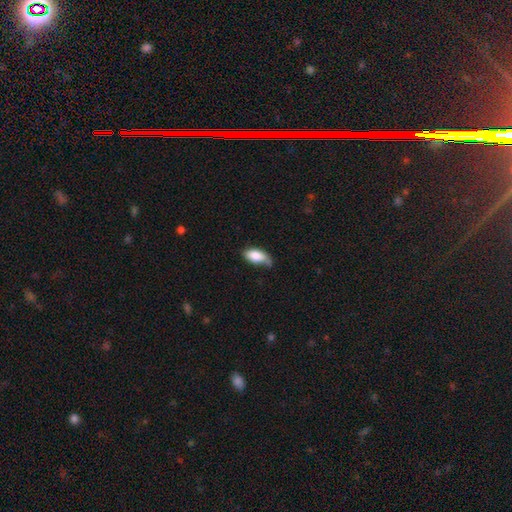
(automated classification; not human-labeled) A smooth galaxy with no disk features (84%) that is in between round and cigar-shaped (92%).

Vote fractions:
- Smooth or featured? smooth: 84% / featured or disk: 10% / star or artifact: 6%
- How rounded? in between: 92% / cigar-shaped: 6% / round: 3%
- Merging? none: 51% / minor disturbance: 35% / major disturbance: 9% / merger: 5%